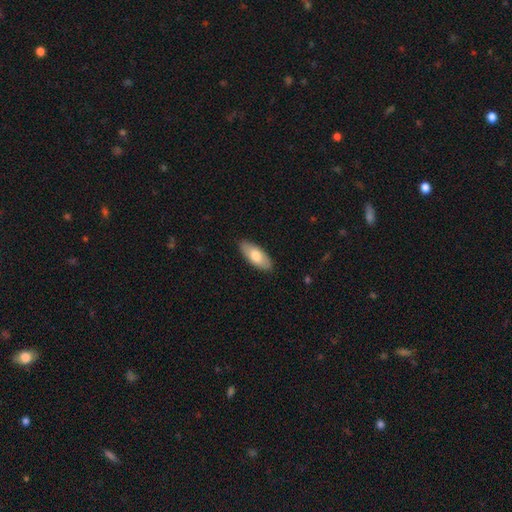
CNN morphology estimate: smooth_or_featured: smooth (p=0.74) [alt: featured or disk p=0.21]
how_rounded: in between (p=0.85) [alt: cigar-shaped p=0.13]
merging: none (p=0.87) [alt: minor disturbance p=0.10]